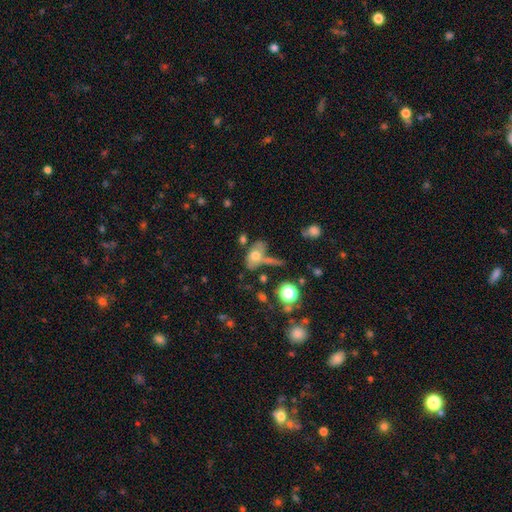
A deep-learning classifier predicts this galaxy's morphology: Smooth or featured?
  - smooth: 64% *
  - featured or disk: 25%
  - star or artifact: 11%
How rounded?
  - in between: 85% *
  - round: 10%
  - cigar-shaped: 5%
Merging?
  - none: 39% *
  - merger: 25%
  - minor disturbance: 21%
  - major disturbance: 15%